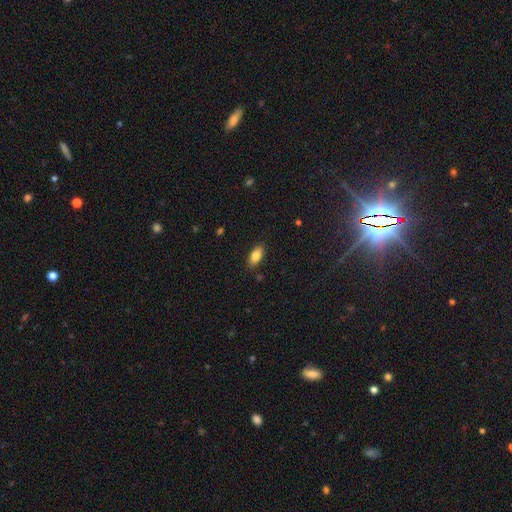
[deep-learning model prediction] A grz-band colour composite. It shows a smooth galaxy with no disk features (83%) that is in between round and cigar-shaped (88%). Merging: none (86%).